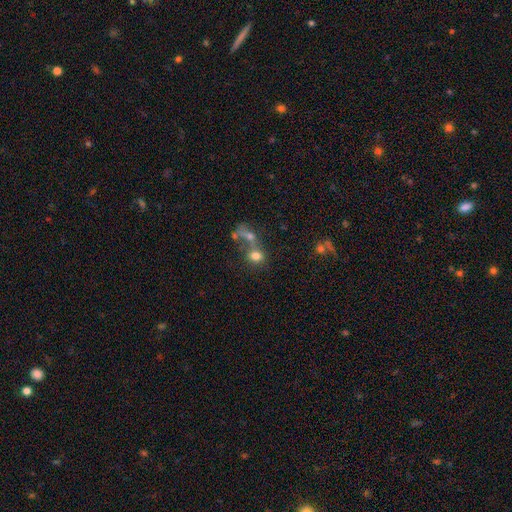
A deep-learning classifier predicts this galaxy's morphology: The model was most divided on "merging": merger: 52%, none: 28%, major disturbance: 11%, minor disturbance: 8%. More confident: smooth or featured — smooth (69%); how rounded — round (61%).